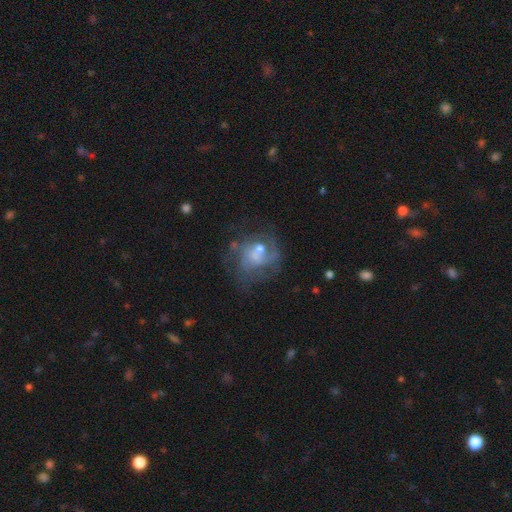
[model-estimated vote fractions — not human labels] Smooth or featured? Predicted: featured or disk (p=0.66). Edge-on disk? Predicted: no (p=0.98). Bar? Predicted: no (p=0.72). Spiral arms? Predicted: yes (p=0.67). Bulge size? Predicted: moderate (p=0.43). Merging? Predicted: none (p=0.42).